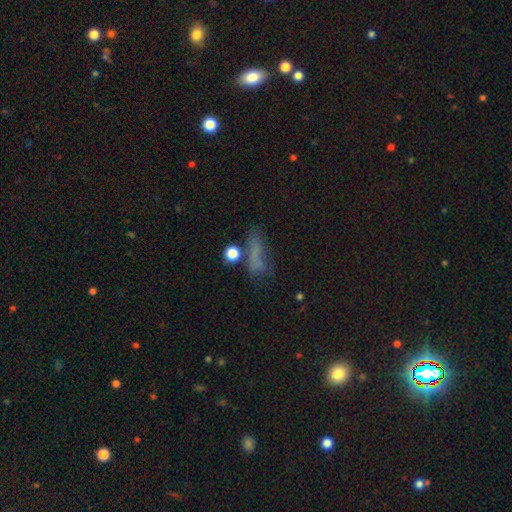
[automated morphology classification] This is likely a smooth galaxy (60%). How rounded: possibly cigar-shaped (50%). Merging: possibly none (48%).